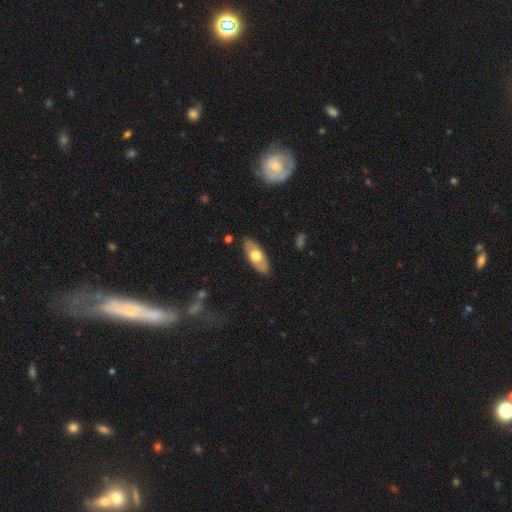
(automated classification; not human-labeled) smooth_or_featured: smooth (p=0.55) [alt: featured or disk p=0.40]
how_rounded: in between (p=0.83) [alt: cigar-shaped p=0.14]
merging: none (p=0.86) [alt: minor disturbance p=0.10]